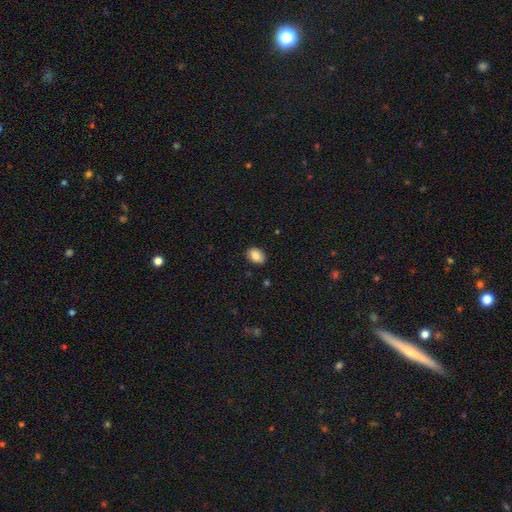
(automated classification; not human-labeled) smooth_or_featured: smooth (p=0.86) [alt: star or artifact p=0.08]
how_rounded: in between (p=0.83) [alt: round p=0.16]
merging: none (p=0.86) [alt: minor disturbance p=0.11]